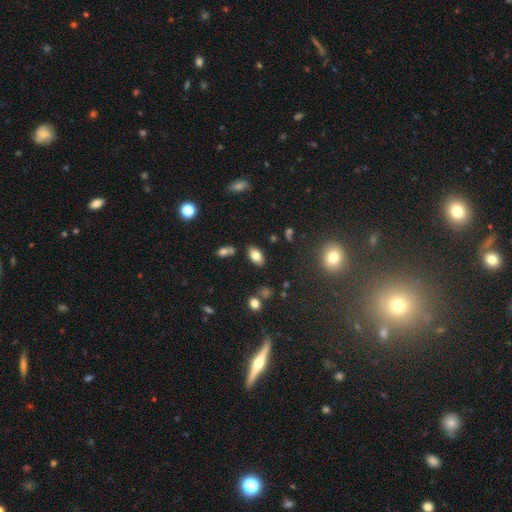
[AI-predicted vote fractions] Morphology: type=smooth (77%); roundness=in between (91%); merging=none (82%).